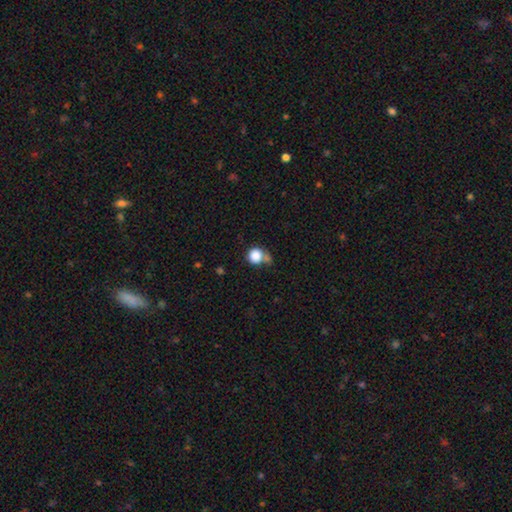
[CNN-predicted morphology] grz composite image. It shows a smooth galaxy with no disk features (85%) that is round (89%). Merging: none (49%).